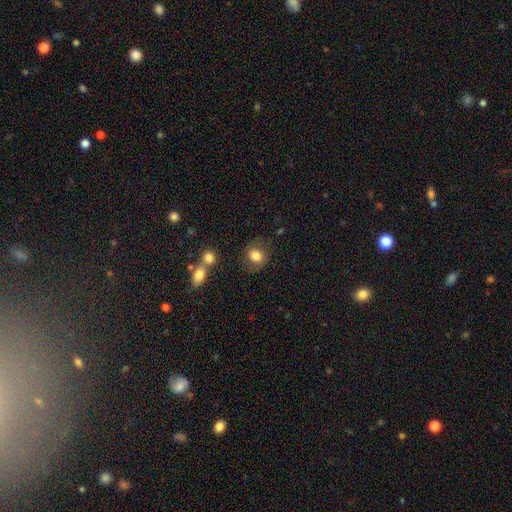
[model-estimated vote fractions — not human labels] smooth 80%, featured or disk 11%, star or artifact 8%. Down the decision tree: how rounded — round (51%); merging — none (75%).